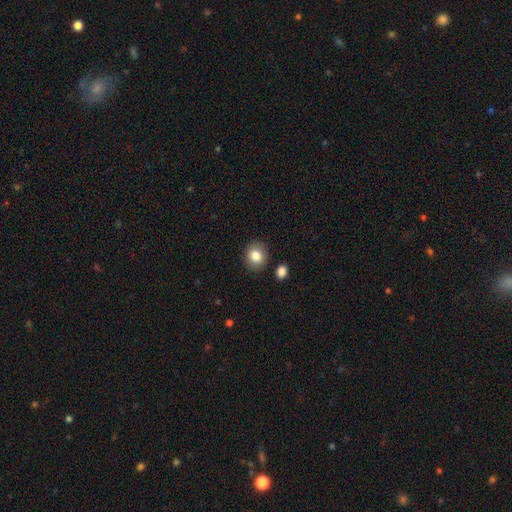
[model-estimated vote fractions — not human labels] Overall: smooth (84%). How rounded: round (71%). Merging: none (86%).